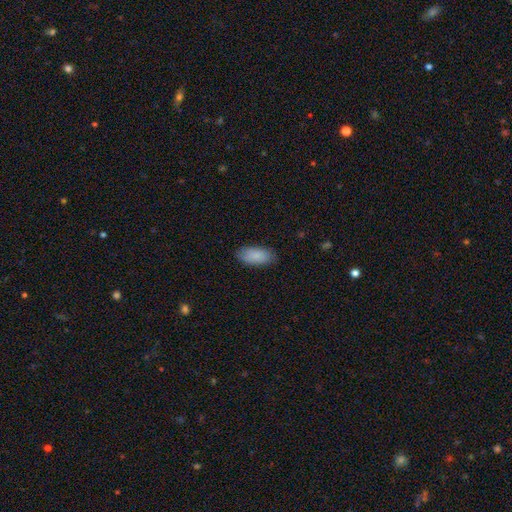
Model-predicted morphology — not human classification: This appears to be a smooth galaxy with no disk features (88%) that is in between round and cigar-shaped (89%). Merging: none (84%).